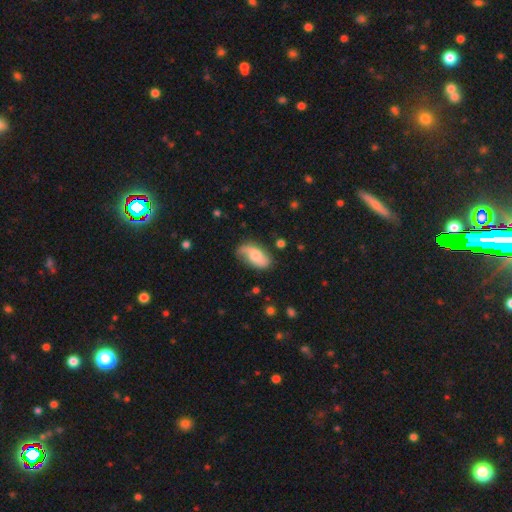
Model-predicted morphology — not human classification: The model was most divided on "smooth or featured": featured or disk: 48%, smooth: 45%, star or artifact: 7%. More confident: merging — none (61%).